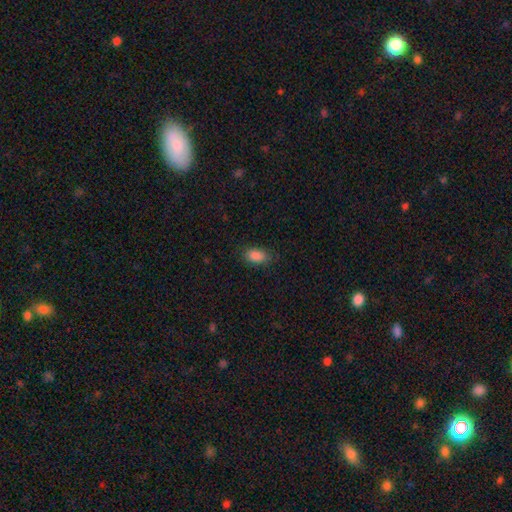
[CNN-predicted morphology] A smooth galaxy with no disk features (88%) that is in between round and cigar-shaped (91%). Merging: none (84%).